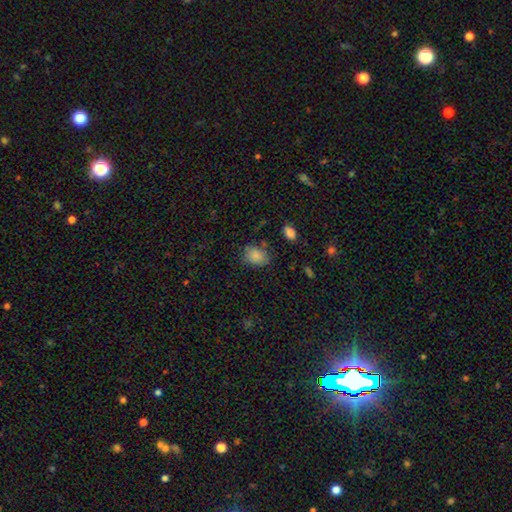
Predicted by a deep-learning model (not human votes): A smooth galaxy with no disk features (84%) that is in between round and cigar-shaped (68%). Merging: none (69%).